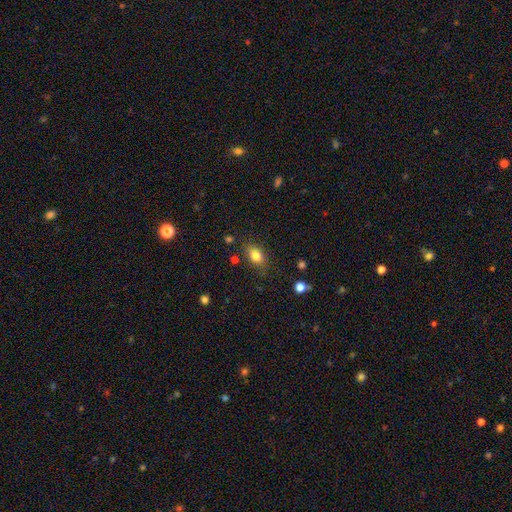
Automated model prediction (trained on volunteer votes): Smooth or featured? Predicted: smooth (p=0.82). How rounded? Predicted: in between (p=0.76). Merging? Predicted: none (p=0.79).